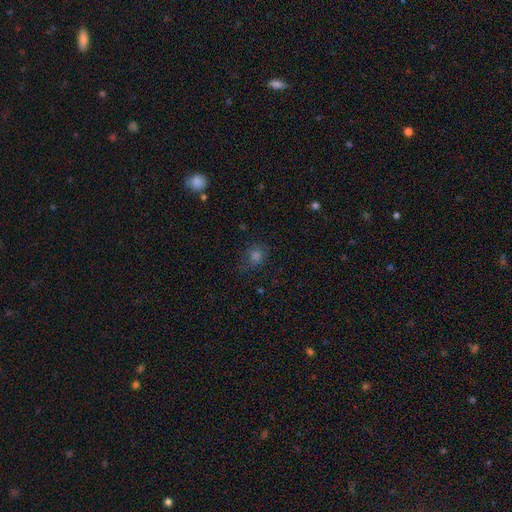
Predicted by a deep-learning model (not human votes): Smooth or featured? smooth (65%)
How rounded? round (76%)
Merging? none (71%)